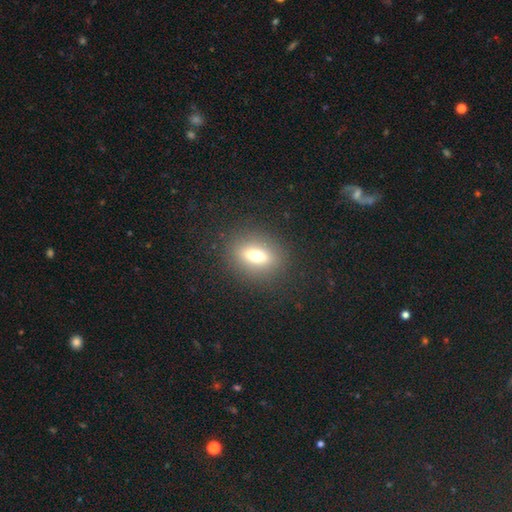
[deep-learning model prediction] This appears to be a smooth galaxy with no disk features (63%) that is in between round and cigar-shaped (61%). Merging: none (86%).